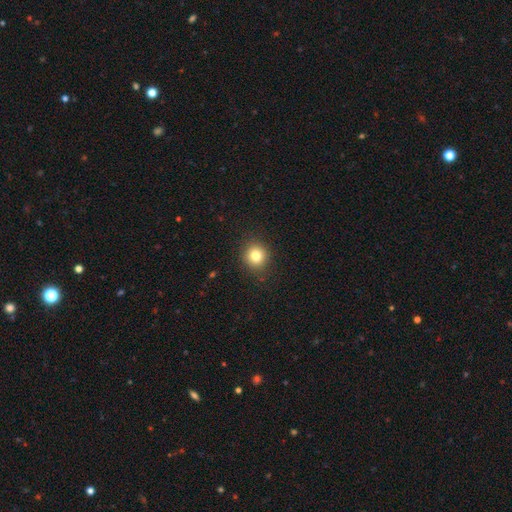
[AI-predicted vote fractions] Smooth or featured? smooth (80%)
How rounded? round (88%)
Merging? none (89%)